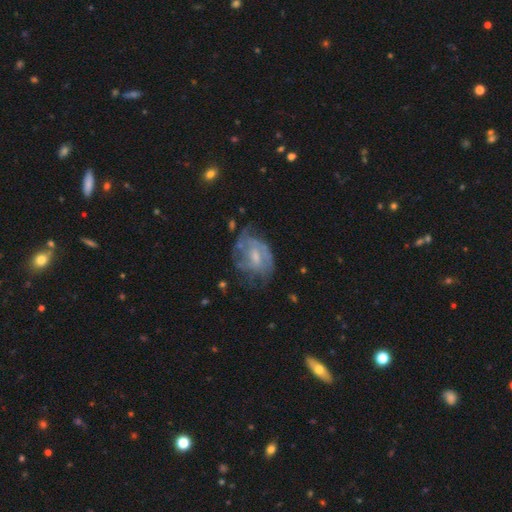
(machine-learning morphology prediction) Smooth or featured?
  - featured or disk: 70% *
  - smooth: 22%
  - star or artifact: 8%
Edge-on disk?
  - no: 97% *
  - yes: 3%
Bar?
  - weak: 48% *
  - no: 43%
  - strong: 9%
Spiral arms?
  - yes: 72% *
  - no: 28%
Bulge size?
  - small: 44% *
  - moderate: 43%
  - none: 9%
  - large: 3%
  - dominant: 1%
Merging?
  - none: 47% *
  - minor disturbance: 28%
  - major disturbance: 22%
  - merger: 3%